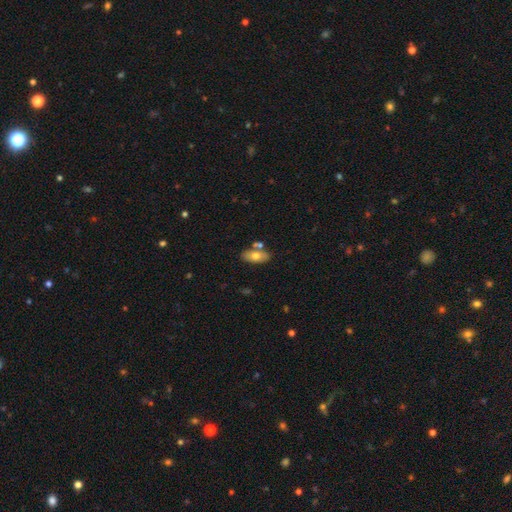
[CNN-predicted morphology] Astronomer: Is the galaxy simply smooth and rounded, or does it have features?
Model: smooth — 67%.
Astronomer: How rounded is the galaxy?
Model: in between — 89%.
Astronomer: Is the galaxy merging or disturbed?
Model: none — 68%.